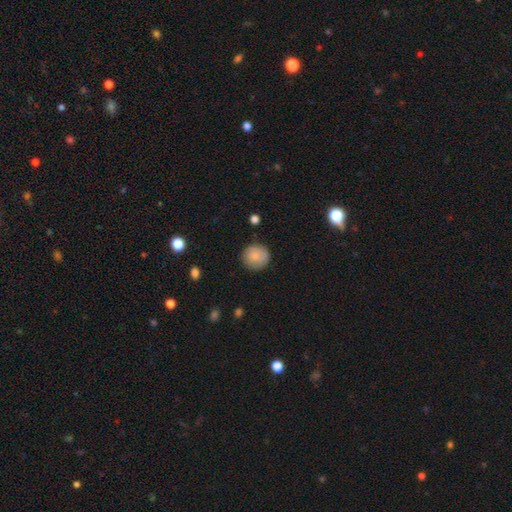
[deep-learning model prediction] smooth-or-featured: smooth: 80% | featured or disk: 13% | star or artifact: 7%
  how-rounded: round: 91% | in between: 8% | cigar-shaped: 1%
  merging: none: 83% | minor disturbance: 13% | major disturbance: 3% | merger: 1%